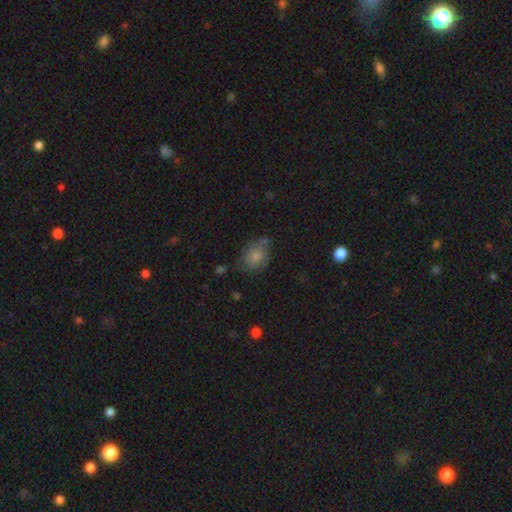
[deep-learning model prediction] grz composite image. It shows a smooth galaxy with no disk features (79%) that is in between round and cigar-shaped (62%). Merging: none (59%).